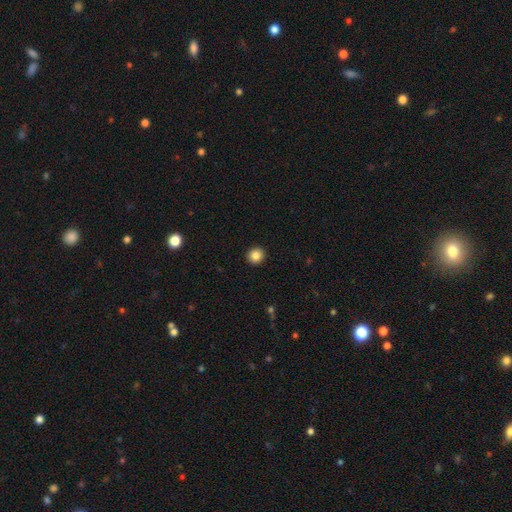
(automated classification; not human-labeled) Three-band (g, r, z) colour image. It shows a smooth galaxy with no disk features (85%) that is round (91%). Merging: none (93%).